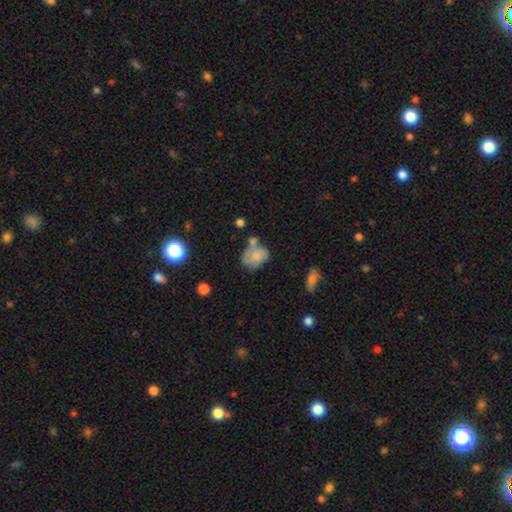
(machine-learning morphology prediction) Smooth or featured? Predicted: smooth (p=0.55). How rounded? Predicted: in between (p=0.68). Merging? Predicted: none (p=0.36).